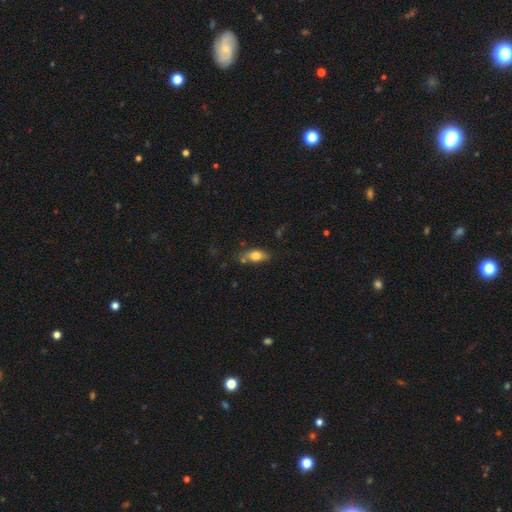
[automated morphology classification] The model was most divided on "merging": none: 63%, minor disturbance: 23%, merger: 8%, major disturbance: 6%. More confident: how rounded — in between (81%); smooth or featured — smooth (75%).